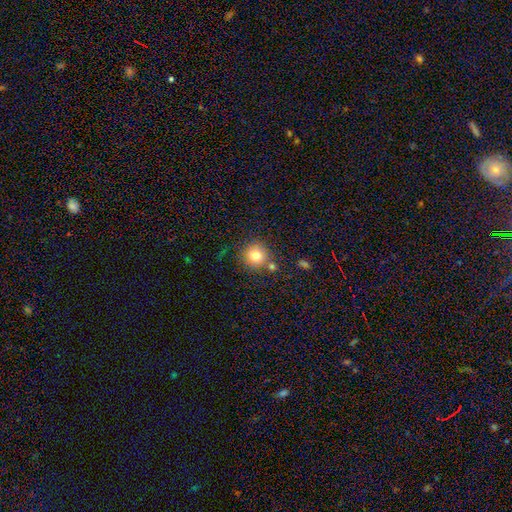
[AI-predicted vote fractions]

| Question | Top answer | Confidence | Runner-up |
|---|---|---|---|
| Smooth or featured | smooth | 80% | star or artifact (11%) |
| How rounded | round | 93% | in between (6%) |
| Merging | none | 75% | merger (11%) |